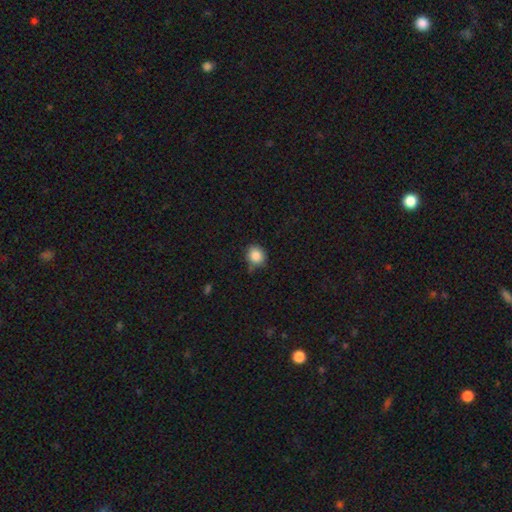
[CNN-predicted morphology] type=smooth (86%); roundness=round (82%); merging=none (76%).